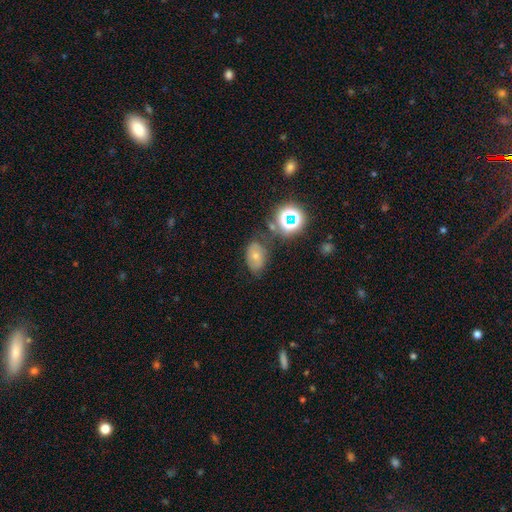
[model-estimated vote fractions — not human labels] This is possibly a smooth galaxy (58%). How rounded: clearly in between (81%). Merging: likely none (63%).